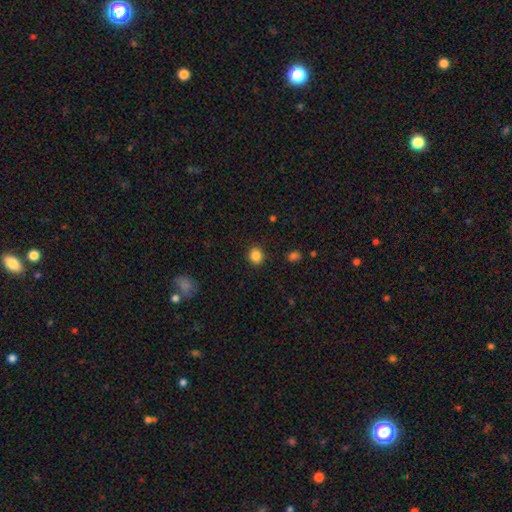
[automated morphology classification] smooth 85%, star or artifact 11%, featured or disk 4%. Down the decision tree: how rounded — round (82%); merging — none (90%).